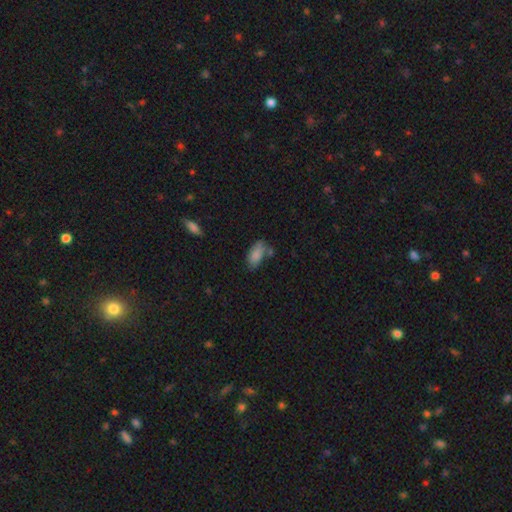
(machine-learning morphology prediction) Smooth or featured?
  - smooth: 84% *
  - featured or disk: 8%
  - star or artifact: 8%
How rounded?
  - in between: 91% *
  - cigar-shaped: 6%
  - round: 3%
Merging?
  - none: 53% *
  - minor disturbance: 25%
  - merger: 14%
  - major disturbance: 8%